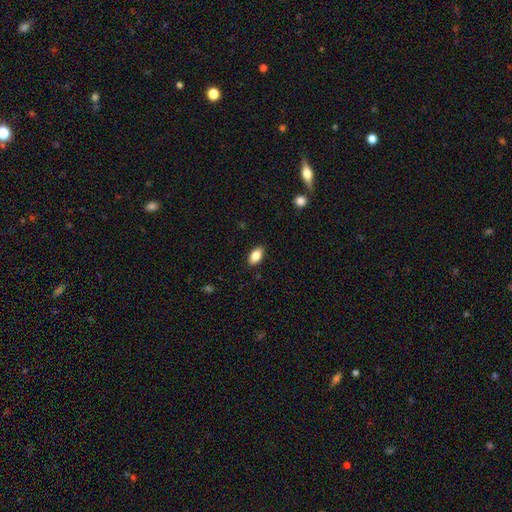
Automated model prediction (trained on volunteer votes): Overall: smooth (84%). How rounded: in between (91%). Merging: none (88%).